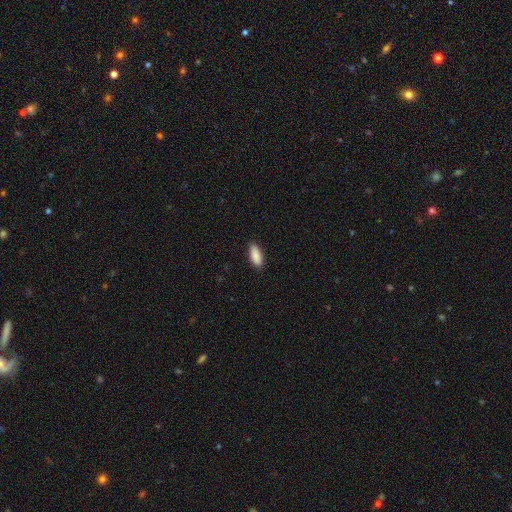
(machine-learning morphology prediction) Q: Smooth or featured?
A: smooth (90%); runner-up: star or artifact (6%)
Q: How rounded?
A: in between (84%); runner-up: cigar-shaped (14%)
Q: Merging?
A: none (87%); runner-up: minor disturbance (10%)